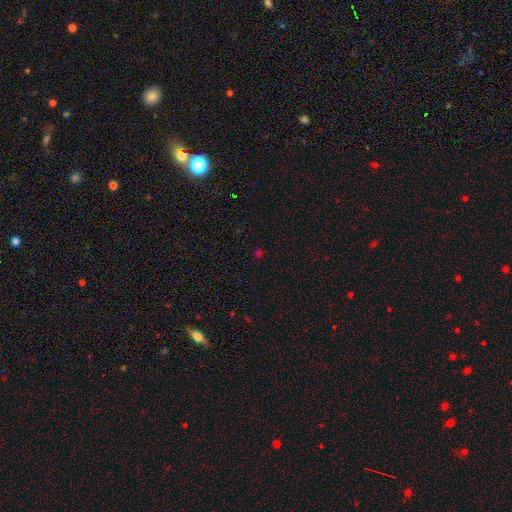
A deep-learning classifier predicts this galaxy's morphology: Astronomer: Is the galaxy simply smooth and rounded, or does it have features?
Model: star or artifact — 55% (runner-up: smooth, 38%).